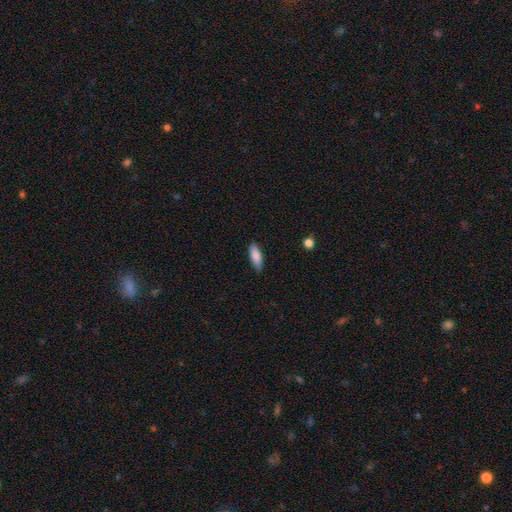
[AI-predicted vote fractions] Smooth or featured? smooth (86%)
How rounded? in between (65%)
Merging? none (86%)